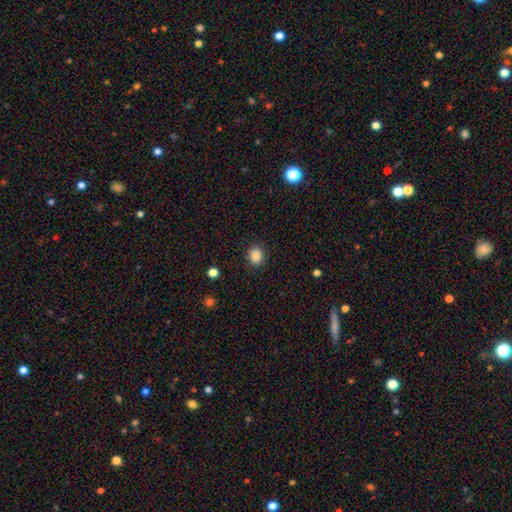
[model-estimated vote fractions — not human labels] smooth_or_featured: smooth (p=0.87) [alt: star or artifact p=0.10]
how_rounded: round (p=0.55) [alt: in between p=0.44]
merging: none (p=0.85) [alt: minor disturbance p=0.11]